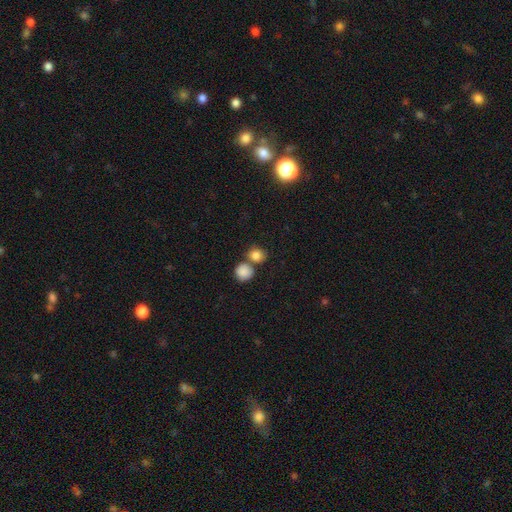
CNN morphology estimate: type=smooth (84%); roundness=round (81%); merging=none (56%).